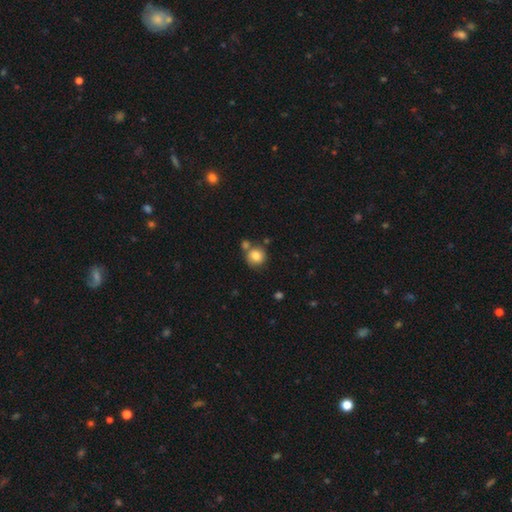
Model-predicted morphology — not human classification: The model was most divided on "merging": none: 62%, merger: 22%, minor disturbance: 12%, major disturbance: 4%. More confident: how rounded — round (91%); smooth or featured — smooth (82%).